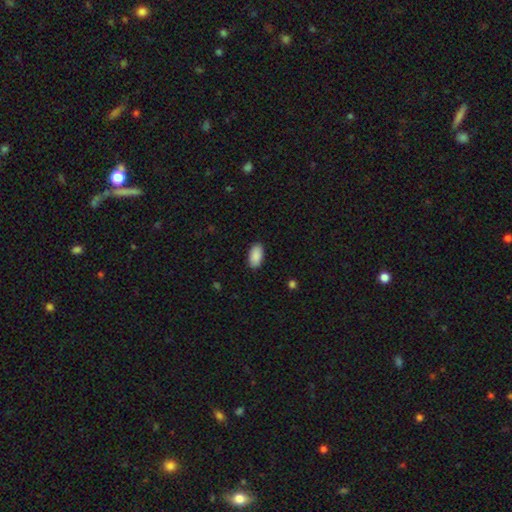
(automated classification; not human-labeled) Smooth or featured? Predicted: smooth (p=0.91). How rounded? Predicted: in between (p=0.95). Merging? Predicted: none (p=0.90).